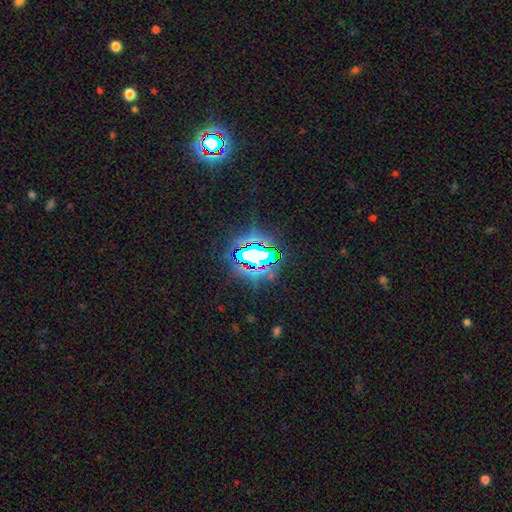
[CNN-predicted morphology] star or artifact 83%, smooth 9%, featured or disk 7%.